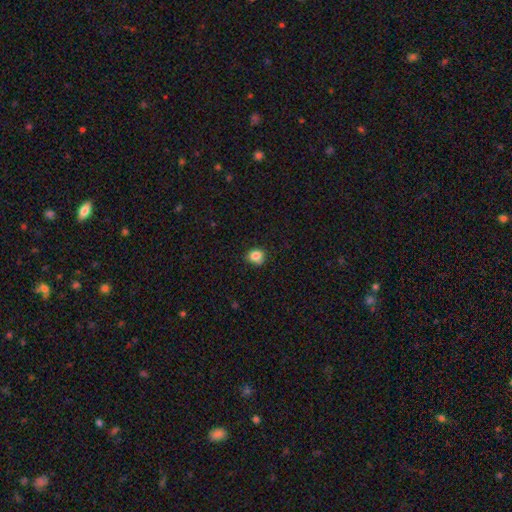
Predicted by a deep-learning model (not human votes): Smooth or featured?
  - smooth: 84% *
  - star or artifact: 11%
  - featured or disk: 6%
How rounded?
  - round: 66% *
  - in between: 33%
  - cigar-shaped: 1%
Merging?
  - none: 73% *
  - minor disturbance: 21%
  - major disturbance: 4%
  - merger: 2%